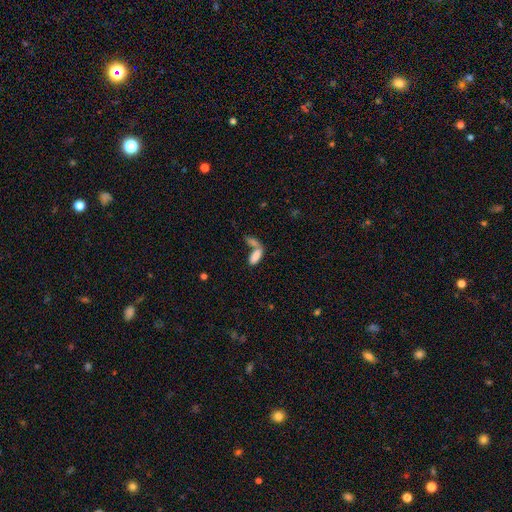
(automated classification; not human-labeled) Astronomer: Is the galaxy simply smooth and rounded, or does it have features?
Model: smooth — 82%.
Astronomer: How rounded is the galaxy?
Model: in between — 82%.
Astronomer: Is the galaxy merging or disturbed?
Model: merger — 59%.